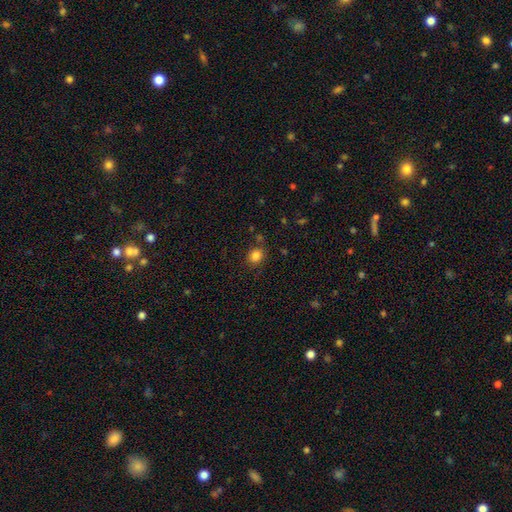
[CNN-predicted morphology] Overall: smooth (83%). How rounded: round (73%). Merging: none (80%).